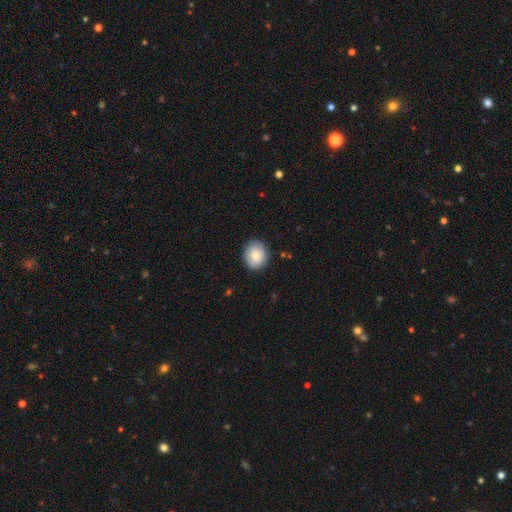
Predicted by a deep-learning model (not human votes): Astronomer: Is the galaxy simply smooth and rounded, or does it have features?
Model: smooth — 79%.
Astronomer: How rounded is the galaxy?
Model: round — 68%.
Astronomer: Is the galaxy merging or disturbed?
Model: none — 85%.